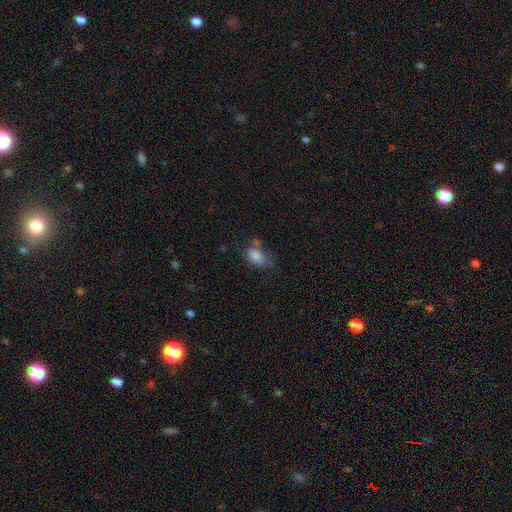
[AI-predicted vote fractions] smooth 81%, star or artifact 10%, featured or disk 9%. Down the decision tree: how rounded — in between (80%); merging — none (46%).